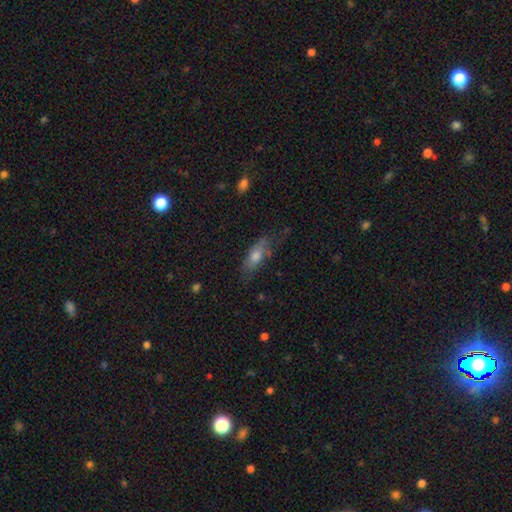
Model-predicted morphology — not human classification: smooth-or-featured: smooth: 63% | featured or disk: 29% | star or artifact: 9%
  how-rounded: in between: 61% | cigar-shaped: 36% | round: 3%
  merging: none: 64% | minor disturbance: 25% | major disturbance: 9% | merger: 2%